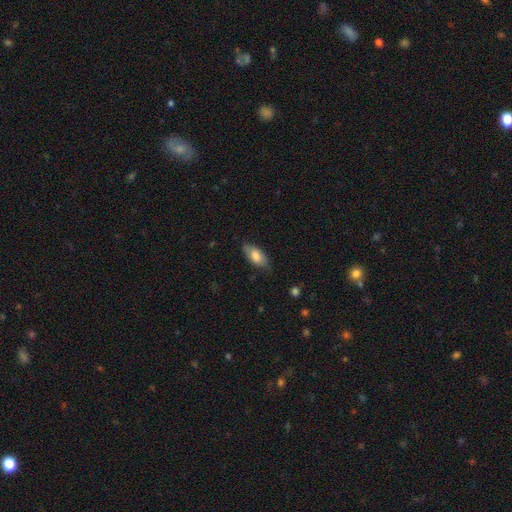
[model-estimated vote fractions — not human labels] smooth 78%, featured or disk 16%, star or artifact 6%. Down the decision tree: how rounded — in between (88%); merging — none (75%).